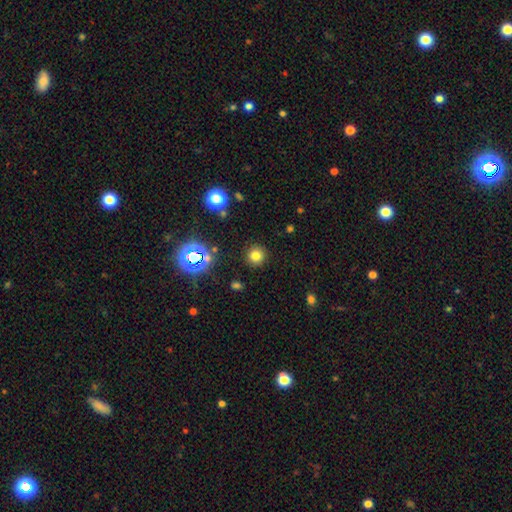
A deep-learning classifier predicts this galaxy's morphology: smooth 75%, star or artifact 19%, featured or disk 6%. Down the decision tree: how rounded — round (93%); merging — none (90%).